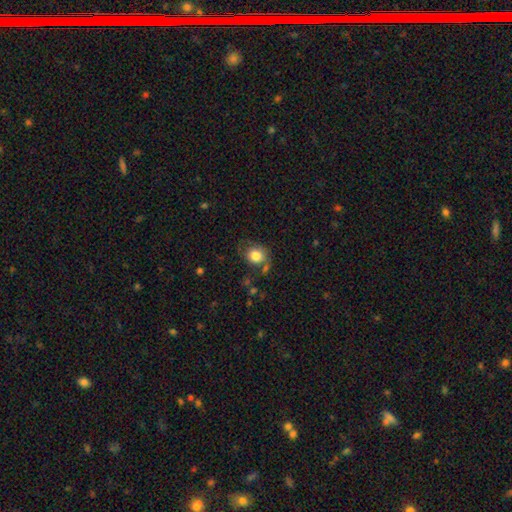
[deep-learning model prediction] A smooth galaxy with no disk features (82%) that is round (71%). Merging: none (67%).